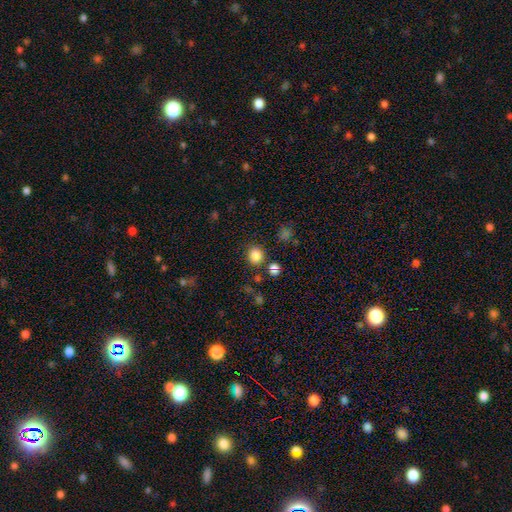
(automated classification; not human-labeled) Smooth or featured?
  - smooth: 83% *
  - star or artifact: 13%
  - featured or disk: 4%
How rounded?
  - round: 82% *
  - in between: 17%
  - cigar-shaped: 1%
Merging?
  - none: 84% *
  - minor disturbance: 8%
  - merger: 5%
  - major disturbance: 3%